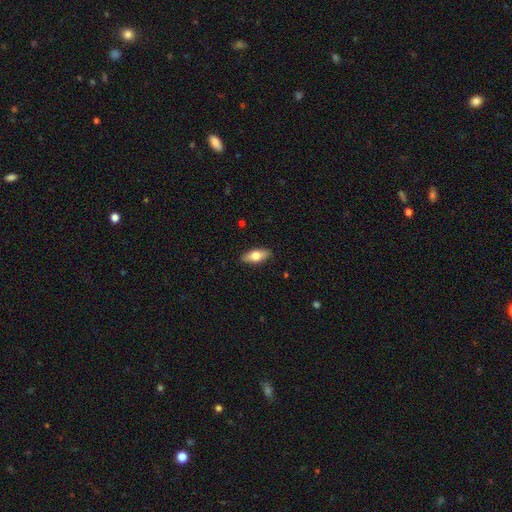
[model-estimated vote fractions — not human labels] Q: Smooth or featured?
A: smooth (68%); runner-up: featured or disk (26%)
Q: How rounded?
A: in between (80%); runner-up: cigar-shaped (17%)
Q: Merging?
A: none (89%); runner-up: minor disturbance (8%)